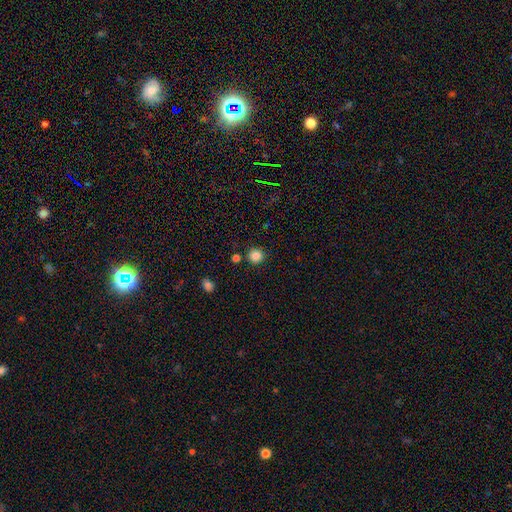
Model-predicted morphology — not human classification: Smooth or featured? smooth (84%)
How rounded? round (93%)
Merging? none (87%)